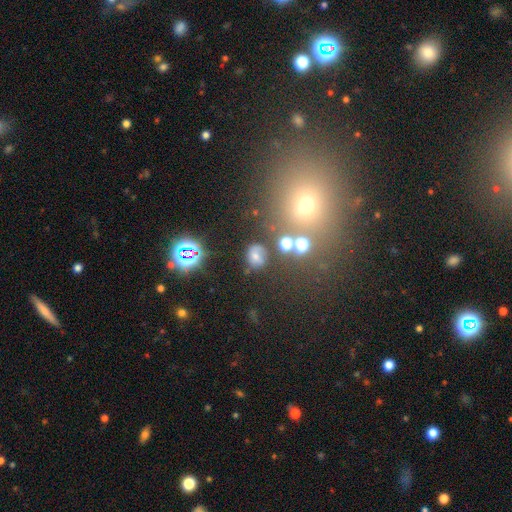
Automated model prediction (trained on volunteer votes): Smooth or featured?
  - smooth: 52% *
  - star or artifact: 34%
  - featured or disk: 14%
How rounded?
  - round: 66% *
  - in between: 32%
  - cigar-shaped: 2%
Merging?
  - none: 73% *
  - minor disturbance: 12%
  - merger: 8%
  - major disturbance: 6%